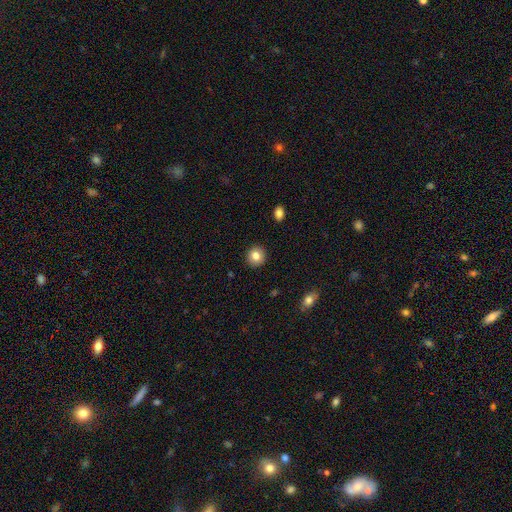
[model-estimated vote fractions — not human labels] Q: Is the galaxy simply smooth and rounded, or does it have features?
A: smooth — 82%.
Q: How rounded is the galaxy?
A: round — 89%.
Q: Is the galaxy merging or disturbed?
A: none — 92%.